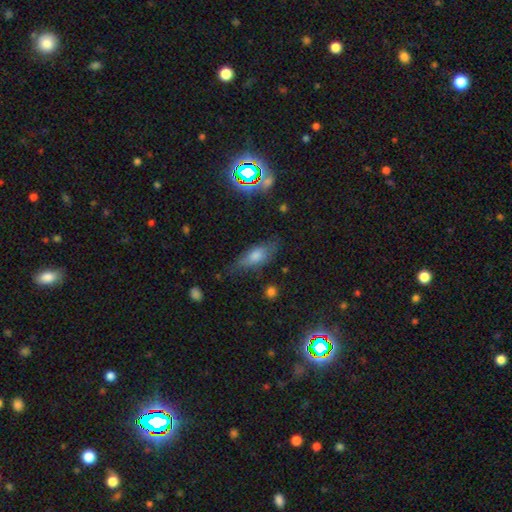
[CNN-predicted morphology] Q: Smooth or featured?
A: smooth (59%); runner-up: featured or disk (25%)
Q: How rounded?
A: in between (65%); runner-up: cigar-shaped (30%)
Q: Merging?
A: none (69%); runner-up: minor disturbance (23%)